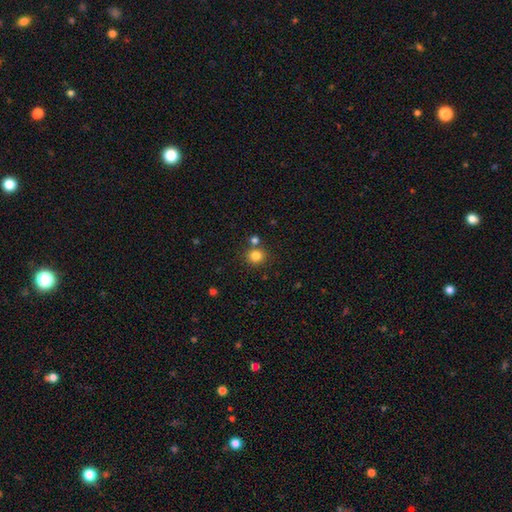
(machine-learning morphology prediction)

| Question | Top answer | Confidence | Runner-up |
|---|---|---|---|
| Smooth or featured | smooth | 82% | star or artifact (12%) |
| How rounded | round | 87% | in between (12%) |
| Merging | none | 75% | merger (15%) |